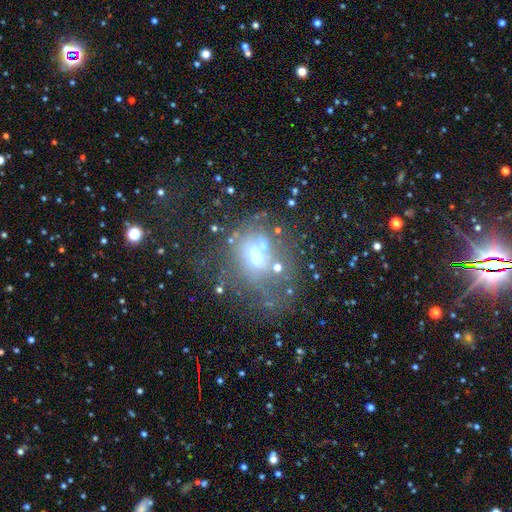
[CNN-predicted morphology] Smooth or featured? smooth (38%, tied with featured or disk)
Merging? none (40%)